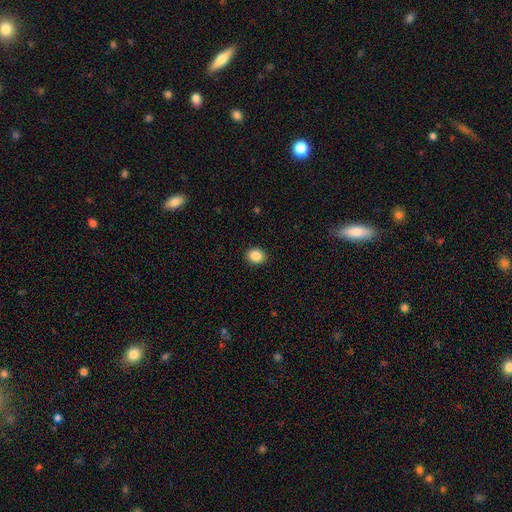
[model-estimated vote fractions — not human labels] Smooth or featured?
  - smooth: 87% *
  - star or artifact: 9%
  - featured or disk: 4%
How rounded?
  - round: 61% *
  - in between: 38%
  - cigar-shaped: 1%
Merging?
  - none: 92% *
  - minor disturbance: 6%
  - major disturbance: 2%
  - merger: 1%